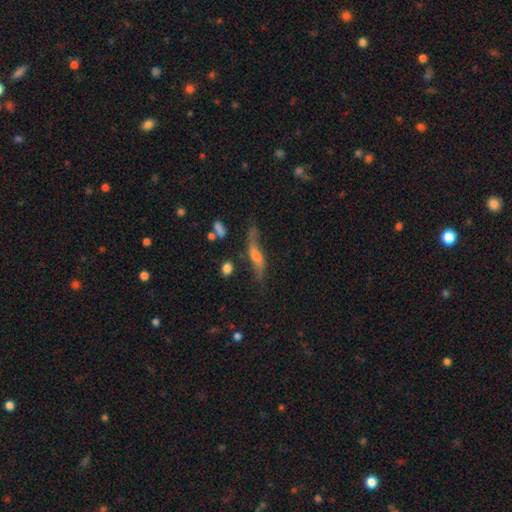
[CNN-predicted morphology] The model was most divided on "edge-on disk": no: 51%, yes: 49%. More confident: smooth or featured — featured or disk (64%); merging — none (58%).